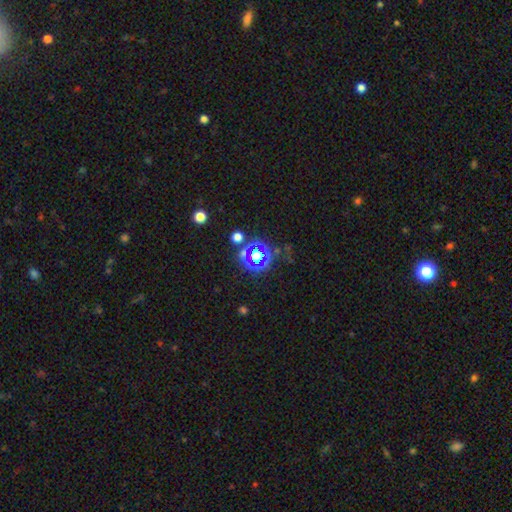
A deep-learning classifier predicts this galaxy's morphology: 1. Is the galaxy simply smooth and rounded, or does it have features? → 63% star or artifact, 25% smooth, 12% featured or disk.